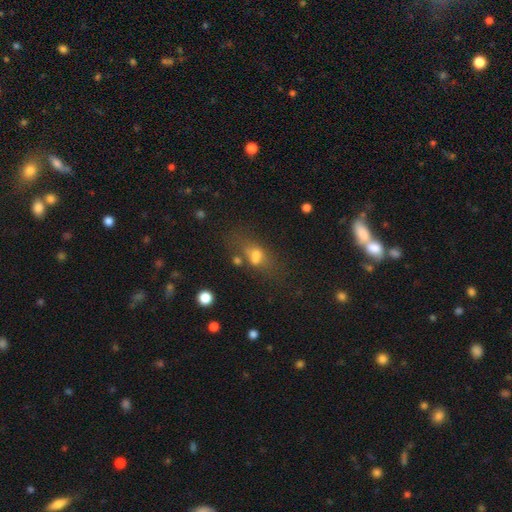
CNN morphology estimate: type=smooth (58%); roundness=in between (68%); merging=none (48%).